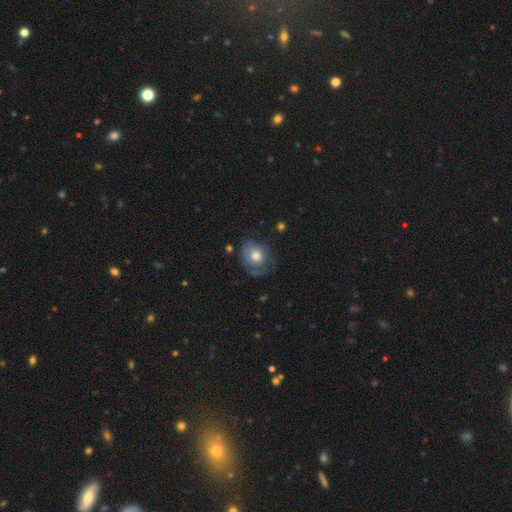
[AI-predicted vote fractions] Smooth or featured? Predicted: smooth (p=0.65). How rounded? Predicted: round (p=0.66). Merging? Predicted: none (p=0.52).